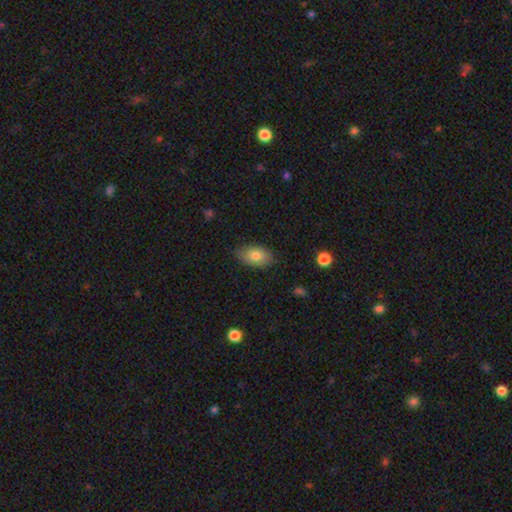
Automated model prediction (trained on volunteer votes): A smooth galaxy with no disk features (78%) that is in between round and cigar-shaped (91%). Merging: none (76%).